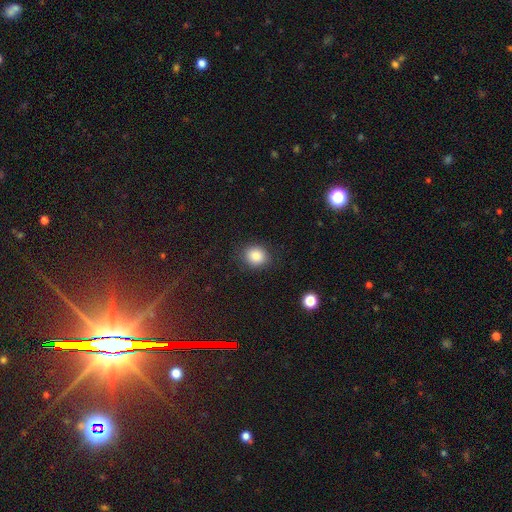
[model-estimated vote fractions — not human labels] A smooth galaxy with no disk features (86%) that is round (72%).

Vote fractions:
- Smooth or featured? smooth: 86% / star or artifact: 10% / featured or disk: 5%
- How rounded? round: 72% / in between: 27% / cigar-shaped: 1%
- Merging? none: 86% / minor disturbance: 10% / major disturbance: 3% / merger: 1%